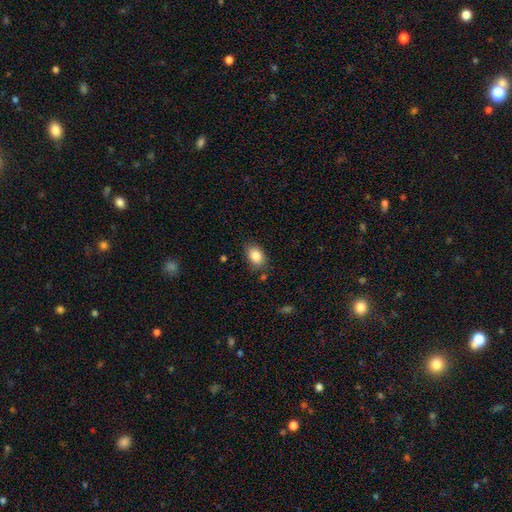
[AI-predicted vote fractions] Smooth or featured: smooth — 86% (star or artifact — 8%)
How rounded: in between — 83% (round — 16%)
Merging: none — 80% (minor disturbance — 15%)